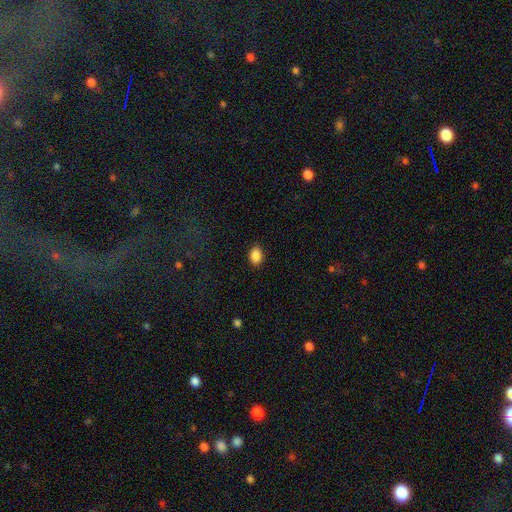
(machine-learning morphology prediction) Smooth or featured? Predicted: smooth (p=0.88). How rounded? Predicted: in between (p=0.74). Merging? Predicted: none (p=0.88).